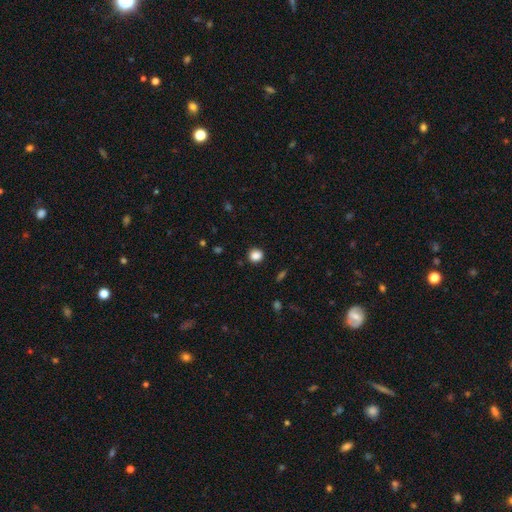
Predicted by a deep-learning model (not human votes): Overall: smooth (86%). How rounded: round (83%). Merging: none (90%).